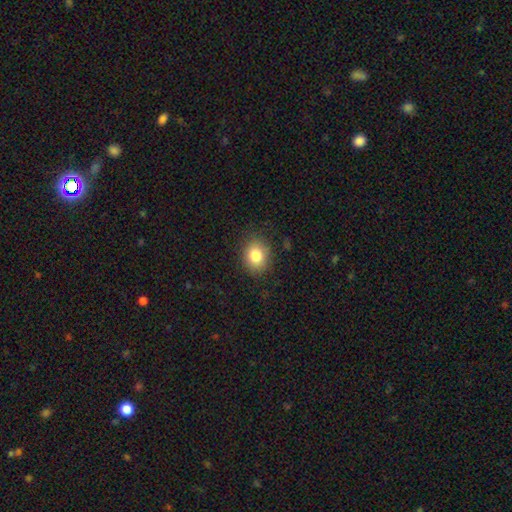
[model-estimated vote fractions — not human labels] This appears to be a smooth galaxy with no disk features (83%) that is round (50%). Merging: none (85%).